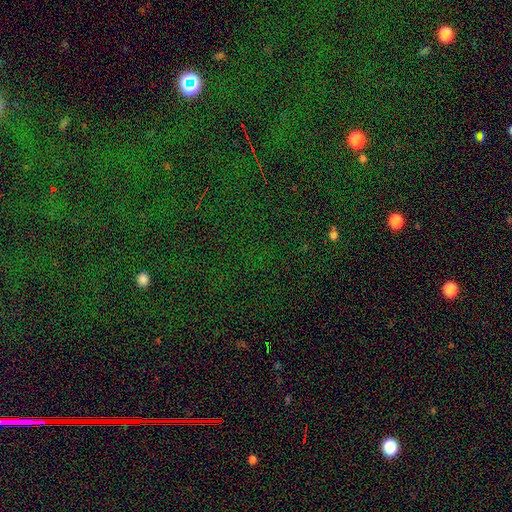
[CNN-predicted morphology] Smooth or featured? star or artifact (83%)